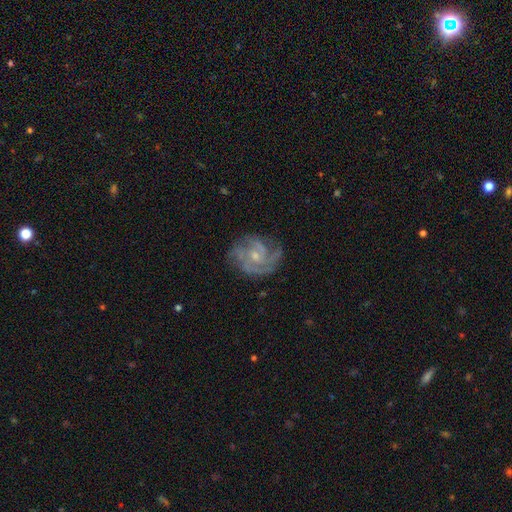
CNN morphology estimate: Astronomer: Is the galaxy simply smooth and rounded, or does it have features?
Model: featured or disk — 88%.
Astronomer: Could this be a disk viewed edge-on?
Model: no — 98%.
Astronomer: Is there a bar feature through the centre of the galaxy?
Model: no — 65%.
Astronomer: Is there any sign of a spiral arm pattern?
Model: yes — 97%.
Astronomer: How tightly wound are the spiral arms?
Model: tight — 49% (runner-up: medium, 42%).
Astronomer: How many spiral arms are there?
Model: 3 — 42% (runner-up: 2, 19%).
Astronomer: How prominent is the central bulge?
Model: small — 62%.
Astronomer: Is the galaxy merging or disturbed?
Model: none — 69%.